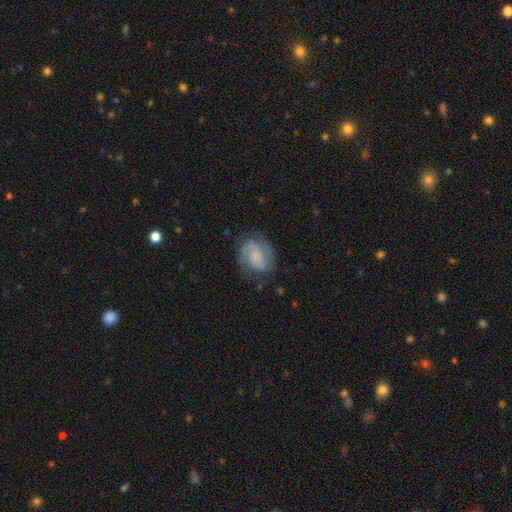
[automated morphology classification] Smooth or featured? Predicted: featured or disk (p=0.70). Edge-on disk? Predicted: no (p=0.98). Bar? Predicted: no (p=0.54). Spiral arms? Predicted: yes (p=0.93). Spiral winding? Predicted: medium (p=0.46). Spiral arm count? Predicted: 2 (p=0.80). Bulge size? Predicted: small (p=0.39). Merging? Predicted: none (p=0.71).